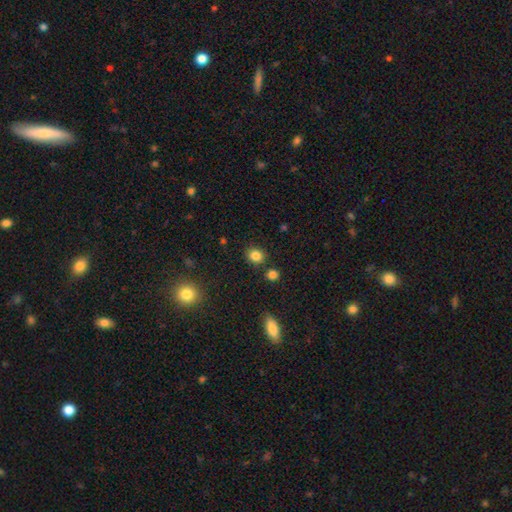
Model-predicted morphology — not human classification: Overall: smooth (83%). How rounded: round (72%). Merging: none (82%).